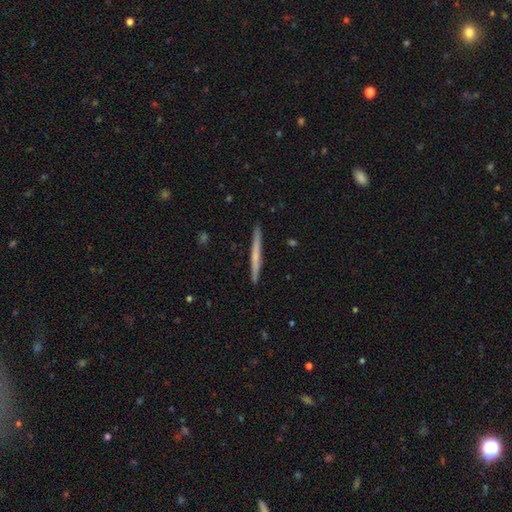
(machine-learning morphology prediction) Smooth or featured? Predicted: featured or disk (p=0.50). Edge-on disk? Predicted: yes (p=0.98). Merging? Predicted: none (p=0.92).